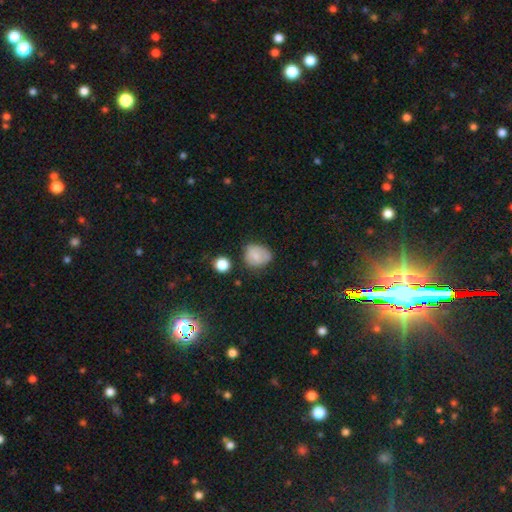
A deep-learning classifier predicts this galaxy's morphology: This is likely a smooth galaxy (68%). How rounded: likely round (63%). Merging: possibly none (56%).